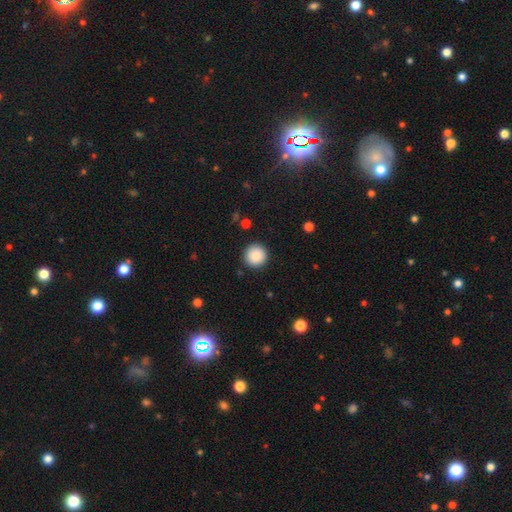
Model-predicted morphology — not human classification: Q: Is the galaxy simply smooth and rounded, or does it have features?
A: smooth — 88%.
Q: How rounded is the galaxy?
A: round — 96%.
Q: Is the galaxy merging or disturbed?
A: none — 92%.